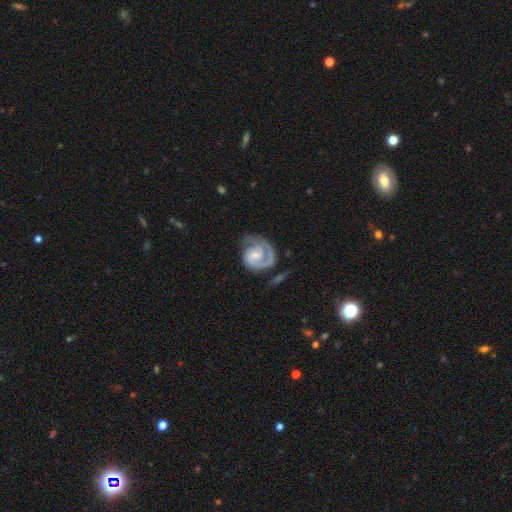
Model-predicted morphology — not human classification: The model was most divided on "bar": no: 49%, weak: 41%, strong: 10%. More confident: edge-on disk — no (98%); spiral arms — yes (97%); smooth or featured — featured or disk (87%); bulge size — small (59%); merging — none (59%); spiral arm count — 2 (57%); spiral winding — tight (55%).